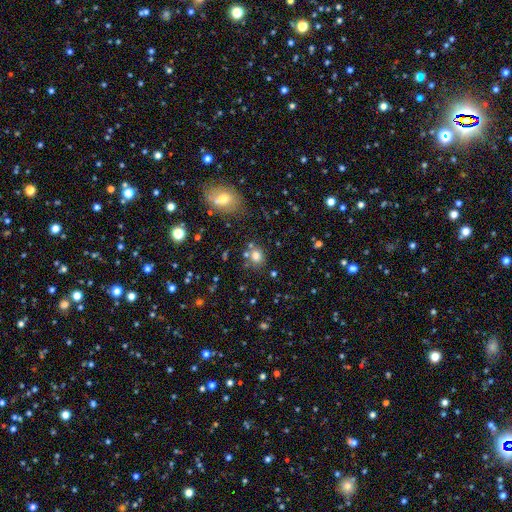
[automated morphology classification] smooth_or_featured: smooth (p=0.76) [alt: star or artifact p=0.16]
how_rounded: round (p=0.65) [alt: in between p=0.34]
merging: none (p=0.70) [alt: merger p=0.14]